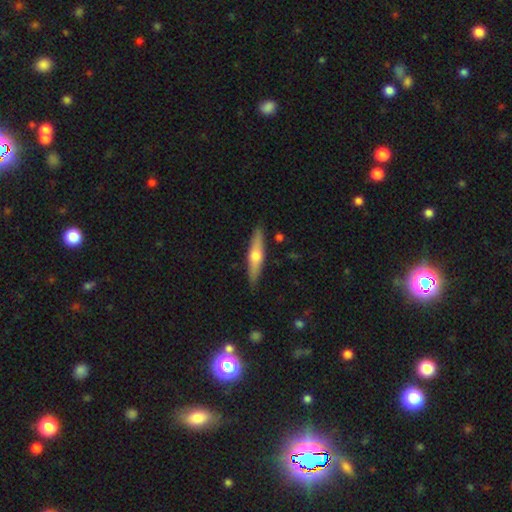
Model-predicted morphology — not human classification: type=featured or disk (55%); edge-on=yes (91%); edge-on bulge=rounded (93%); merging=none (88%).